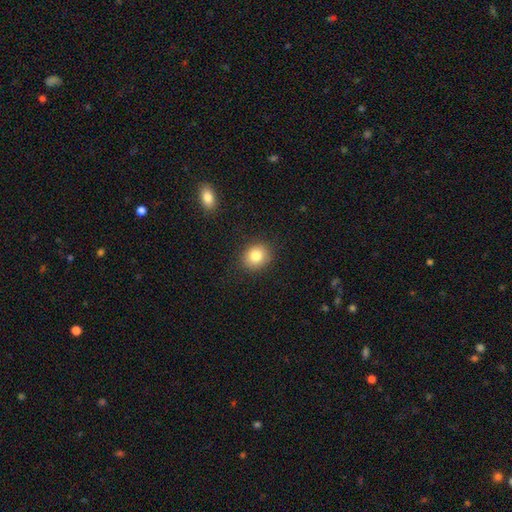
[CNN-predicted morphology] Smooth or featured? smooth (82%)
How rounded? round (74%)
Merging? none (88%)